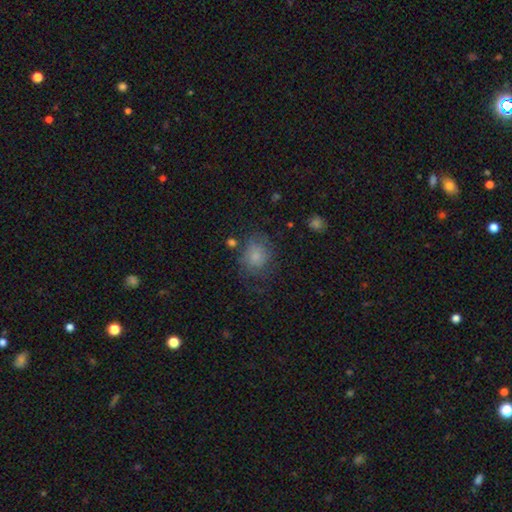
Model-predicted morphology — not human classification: smooth 75%, featured or disk 14%, star or artifact 11%. Down the decision tree: how rounded — round (62%); merging — none (57%).